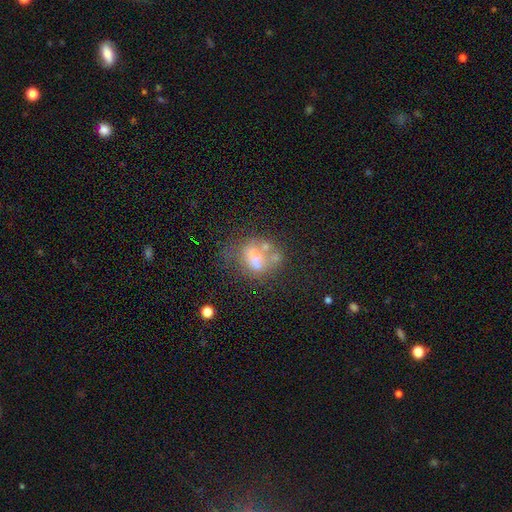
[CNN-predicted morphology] Smooth or featured: smooth — 47% (featured or disk — 39%)
Merging: none — 30% (merger — 29%)